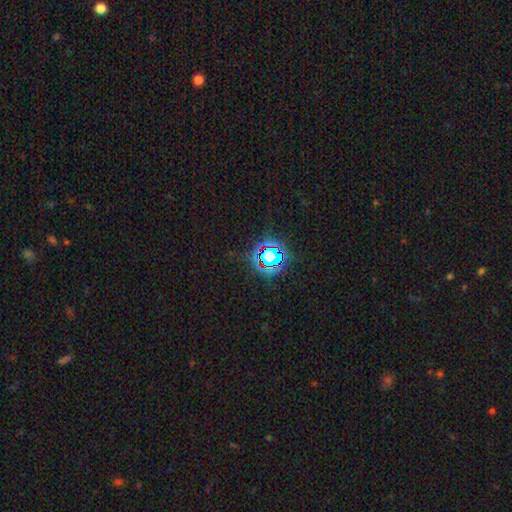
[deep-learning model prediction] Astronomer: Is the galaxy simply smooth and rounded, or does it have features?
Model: star or artifact — 79%.